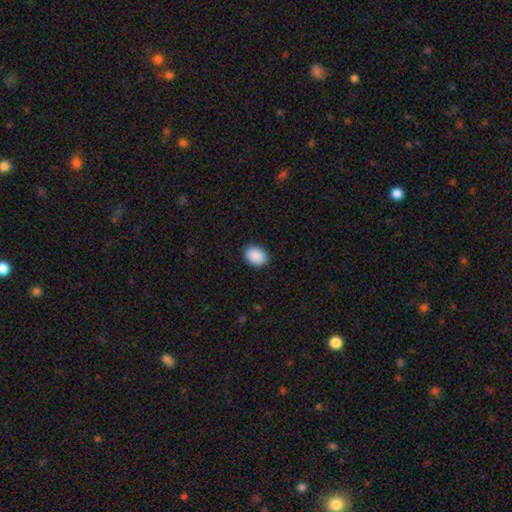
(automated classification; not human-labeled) This appears to be a smooth galaxy with no disk features (90%) that is in between round and cigar-shaped (61%). Merging: none (87%).